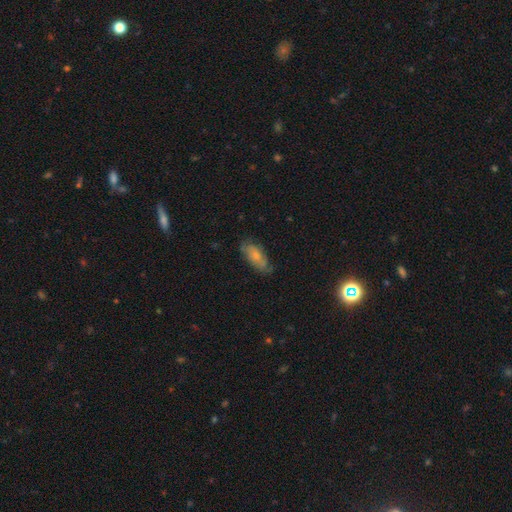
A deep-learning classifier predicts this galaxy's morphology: Q: Smooth or featured?
A: smooth (58%); runner-up: featured or disk (35%)
Q: How rounded?
A: in between (85%); runner-up: cigar-shaped (12%)
Q: Merging?
A: none (66%); runner-up: minor disturbance (25%)